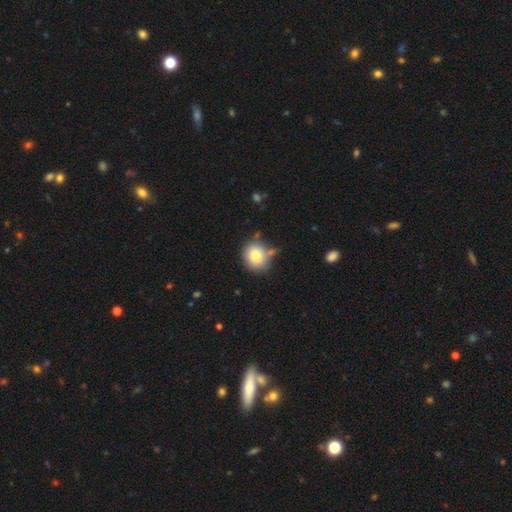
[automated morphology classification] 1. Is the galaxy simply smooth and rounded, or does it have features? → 79% smooth, 11% featured or disk, 10% star or artifact.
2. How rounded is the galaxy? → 78% round, 21% in between, 1% cigar-shaped.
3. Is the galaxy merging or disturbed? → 71% none, 16% minor disturbance, 8% merger, 4% major disturbance.